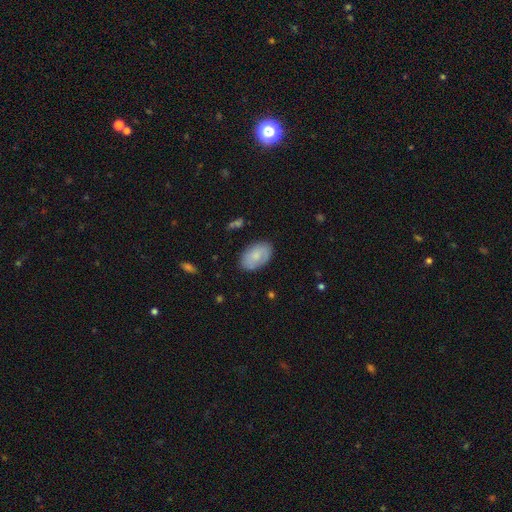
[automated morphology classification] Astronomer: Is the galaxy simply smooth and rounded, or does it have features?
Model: smooth — 74%.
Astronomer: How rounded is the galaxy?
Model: in between — 92%.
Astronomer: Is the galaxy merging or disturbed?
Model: none — 81%.